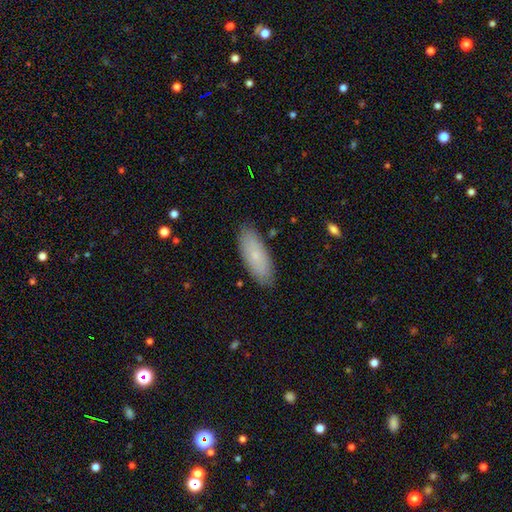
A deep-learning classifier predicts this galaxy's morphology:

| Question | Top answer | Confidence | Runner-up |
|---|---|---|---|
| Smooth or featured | smooth | 74% | featured or disk (19%) |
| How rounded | in between | 76% | cigar-shaped (22%) |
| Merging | none | 86% | minor disturbance (11%) |